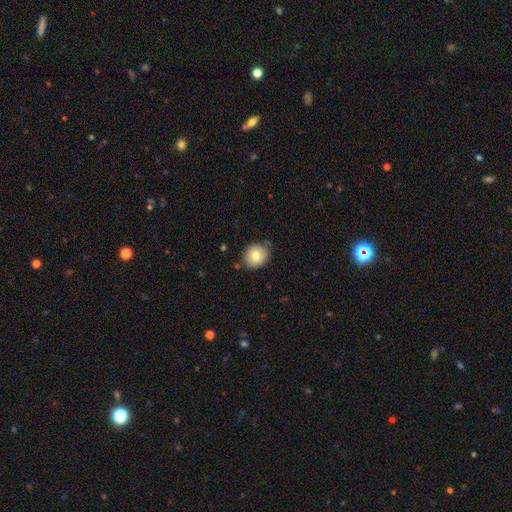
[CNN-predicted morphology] A smooth galaxy with no disk features (78%) that is round (82%).

Vote fractions:
- Smooth or featured? smooth: 78% / featured or disk: 12% / star or artifact: 9%
- How rounded? round: 82% / in between: 18% / cigar-shaped: 1%
- Merging? none: 80% / minor disturbance: 15% / major disturbance: 3% / merger: 3%